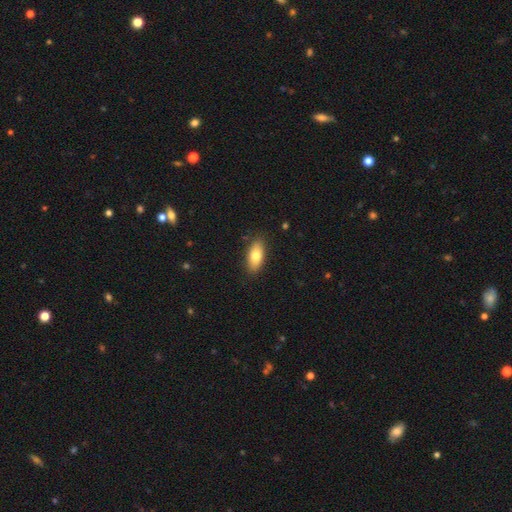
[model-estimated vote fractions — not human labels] This appears to be a smooth galaxy with no disk features (77%) that is in between round and cigar-shaped (85%). Merging: none (87%).